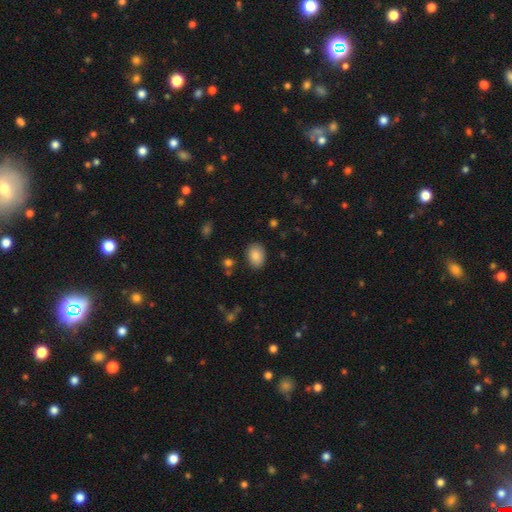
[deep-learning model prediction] This appears to be a smooth galaxy with no disk features (87%) that is in between round and cigar-shaped (79%). Merging: none (85%).